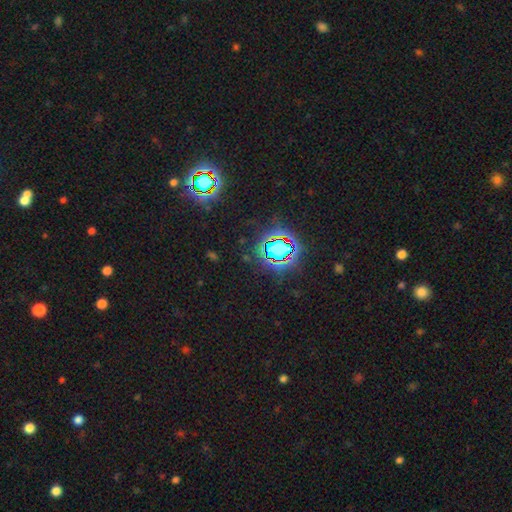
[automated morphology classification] A star or artifact, not a galaxy (78%).